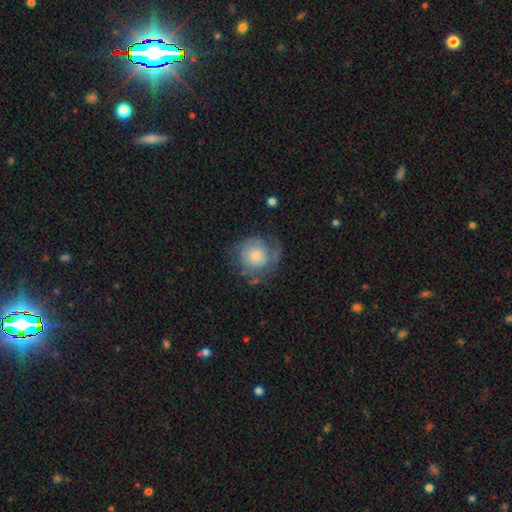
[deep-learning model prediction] smooth-or-featured: featured or disk: 57% | smooth: 35% | star or artifact: 8%
  disk-edge-on: no: 97% | yes: 3%
    bar: no: 82% | weak: 15% | strong: 3%
    has-spiral-arms: yes: 75% | no: 25%
    bulge-size: small: 43% | moderate: 42% | large: 9% | none: 4% | dominant: 2%
  merging: none: 62% | minor disturbance: 21% | major disturbance: 15% | merger: 2%